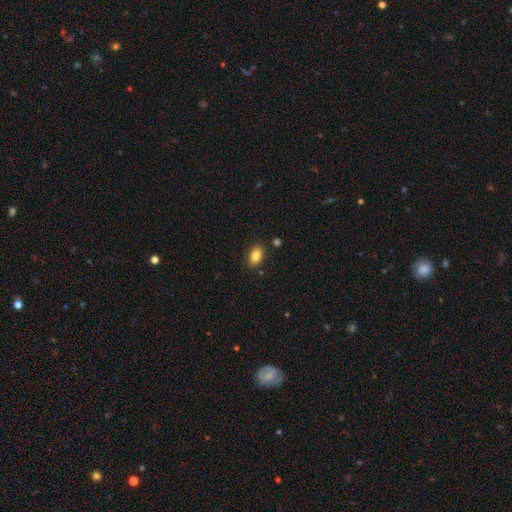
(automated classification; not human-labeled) The model was most divided on "merging": none: 85%, minor disturbance: 10%, merger: 3%, major disturbance: 2%. More confident: how rounded — in between (87%); smooth or featured — smooth (85%).